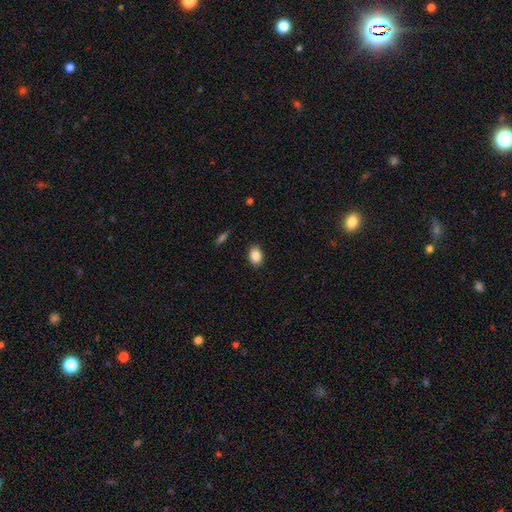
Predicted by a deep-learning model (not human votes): A smooth galaxy with no disk features (88%) that is in between round and cigar-shaped (73%).

Vote fractions:
- Smooth or featured? smooth: 88% / star or artifact: 8% / featured or disk: 4%
- How rounded? in between: 73% / round: 26% / cigar-shaped: 1%
- Merging? none: 87% / minor disturbance: 10% / major disturbance: 2% / merger: 1%